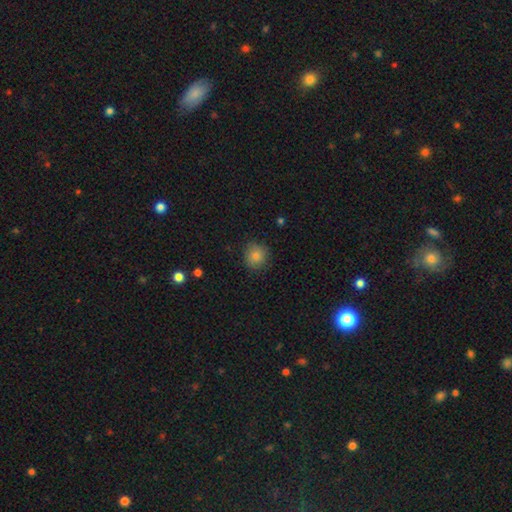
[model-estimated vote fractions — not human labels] smooth_or_featured: smooth (p=0.81) [alt: star or artifact p=0.12]
how_rounded: round (p=0.89) [alt: in between p=0.10]
merging: none (p=0.85) [alt: minor disturbance p=0.11]